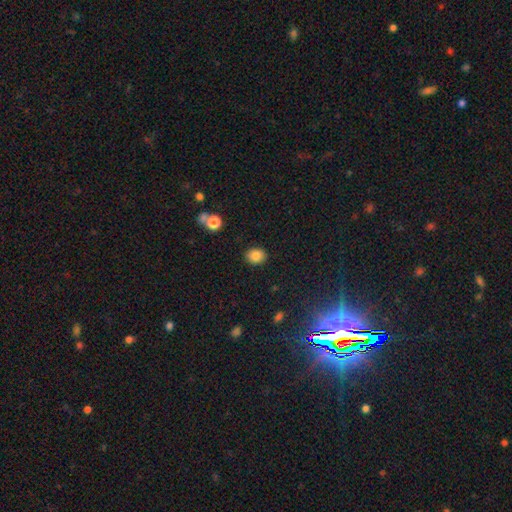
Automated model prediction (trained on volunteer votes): Smooth or featured? smooth (84%)
How rounded? in between (50%)
Merging? none (88%)